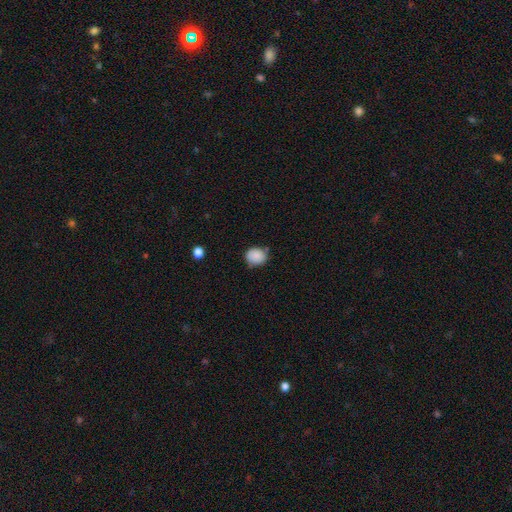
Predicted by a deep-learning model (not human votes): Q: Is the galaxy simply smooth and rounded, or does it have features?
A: smooth — 87%.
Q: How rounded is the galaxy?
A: round — 66%.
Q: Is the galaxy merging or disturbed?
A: none — 69%.